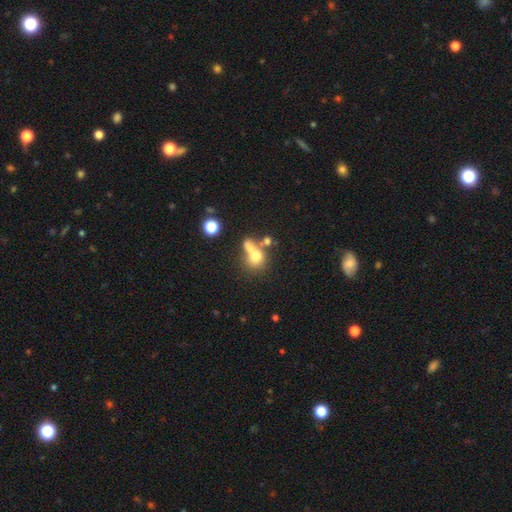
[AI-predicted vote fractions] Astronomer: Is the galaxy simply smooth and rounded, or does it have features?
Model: smooth — 64%.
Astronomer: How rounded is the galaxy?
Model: round — 69%.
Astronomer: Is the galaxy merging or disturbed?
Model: merger — 50% (runner-up: none, 31%).